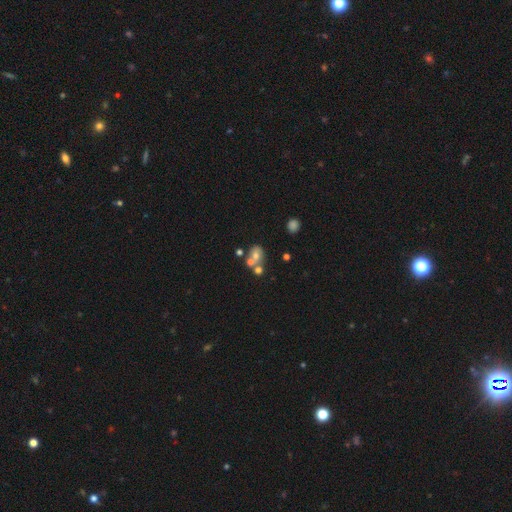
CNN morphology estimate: smooth_or_featured: smooth (p=0.56) [alt: featured or disk p=0.28]
how_rounded: round (p=0.60) [alt: in between p=0.38]
merging: merger (p=0.48) [alt: none p=0.36]